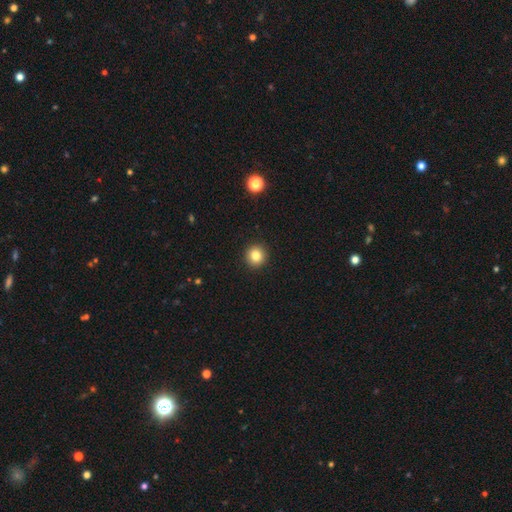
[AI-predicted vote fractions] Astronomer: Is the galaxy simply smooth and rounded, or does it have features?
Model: smooth — 82%.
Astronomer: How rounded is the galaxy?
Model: round — 94%.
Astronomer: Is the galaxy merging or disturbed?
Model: none — 93%.